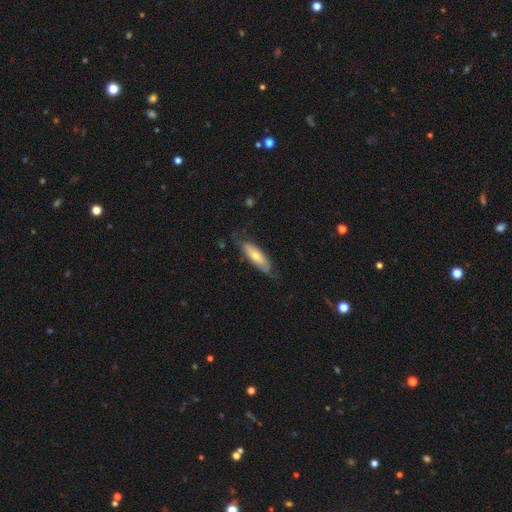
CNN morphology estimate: Smooth or featured? Predicted: smooth (p=0.55). How rounded? Predicted: in between (p=0.59). Merging? Predicted: none (p=0.63).